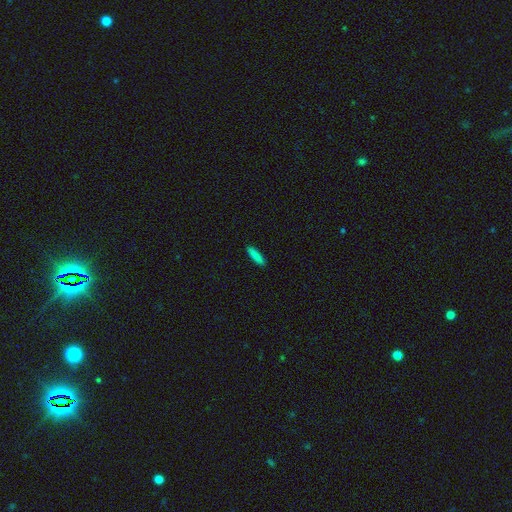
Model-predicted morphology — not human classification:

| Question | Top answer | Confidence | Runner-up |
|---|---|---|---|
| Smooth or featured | smooth | 87% | star or artifact (7%) |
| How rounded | cigar-shaped | 81% | in between (18%) |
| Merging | none | 91% | minor disturbance (6%) |